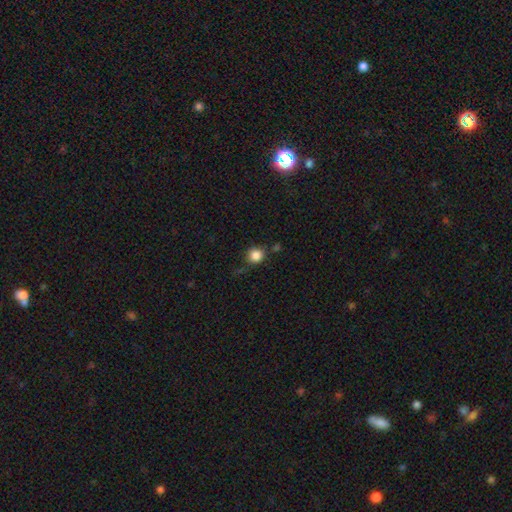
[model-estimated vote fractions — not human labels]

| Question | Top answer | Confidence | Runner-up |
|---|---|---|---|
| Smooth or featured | smooth | 85% | star or artifact (11%) |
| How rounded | round | 90% | in between (9%) |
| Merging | none | 75% | minor disturbance (15%) |